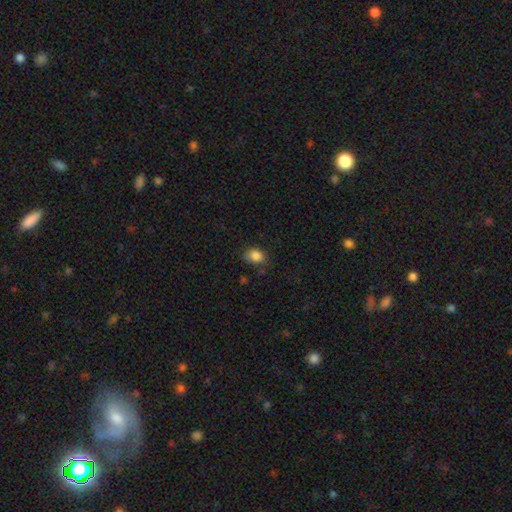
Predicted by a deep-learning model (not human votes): Smooth or featured?
  - smooth: 85% *
  - star or artifact: 10%
  - featured or disk: 5%
How rounded?
  - in between: 63% *
  - round: 35%
  - cigar-shaped: 1%
Merging?
  - none: 70% *
  - minor disturbance: 22%
  - major disturbance: 5%
  - merger: 2%